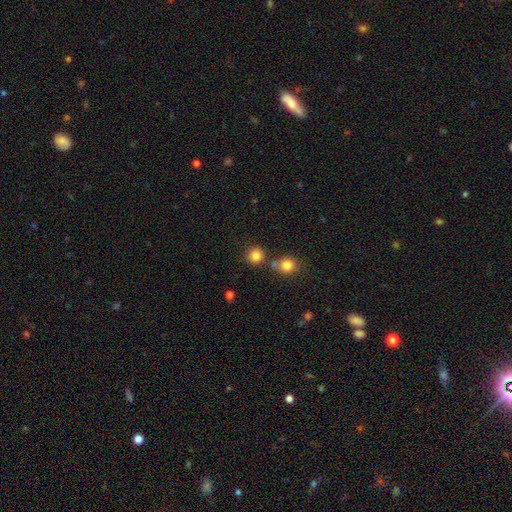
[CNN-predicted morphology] smooth 83%, star or artifact 12%, featured or disk 5%. Down the decision tree: how rounded — round (91%); merging — none (75%).